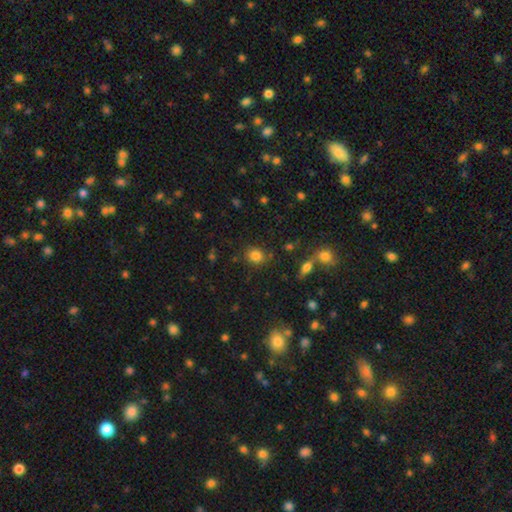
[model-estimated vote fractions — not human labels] Smooth or featured: smooth — 82% (star or artifact — 12%)
How rounded: round — 71% (in between — 27%)
Merging: none — 82% (minor disturbance — 10%)